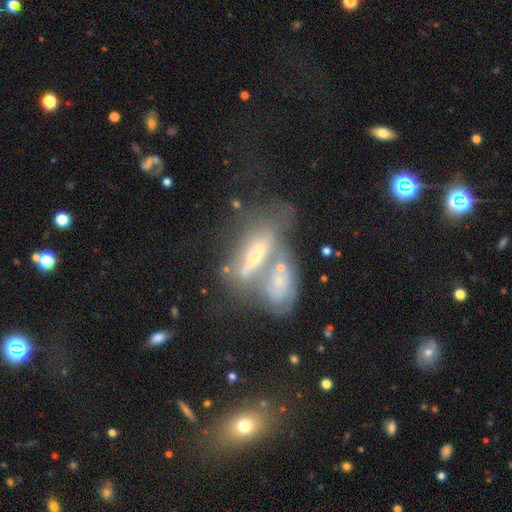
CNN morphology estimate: Smooth or featured? Predicted: featured or disk (p=0.59). Edge-on disk? Predicted: no (p=0.60). Merging? Predicted: merger (p=0.51).